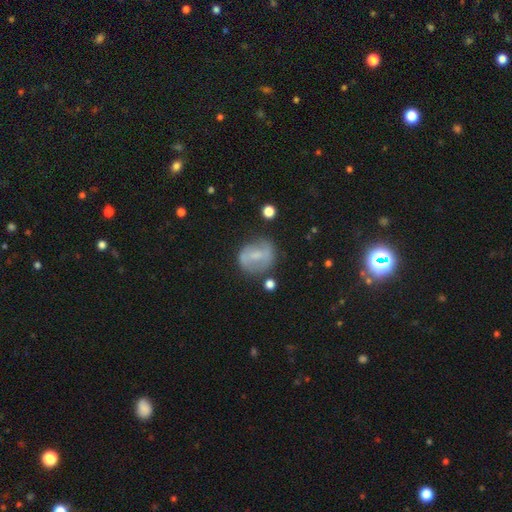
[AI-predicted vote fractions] Overall: featured or disk (46%; smooth 44%). Merging: none (65%).